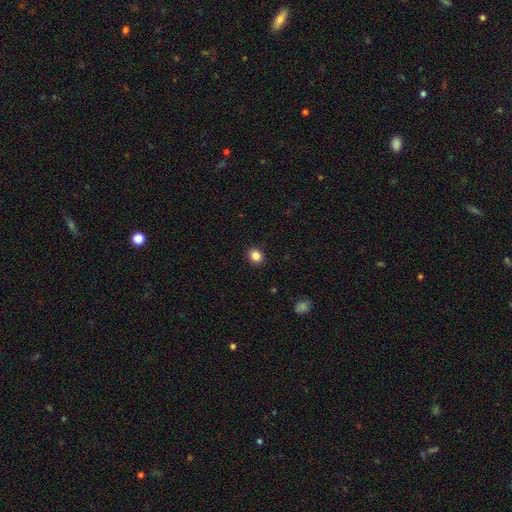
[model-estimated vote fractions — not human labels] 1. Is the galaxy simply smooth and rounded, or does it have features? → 85% smooth, 11% star or artifact, 4% featured or disk.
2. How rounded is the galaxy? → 78% round, 21% in between, 1% cigar-shaped.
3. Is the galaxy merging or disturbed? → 92% none, 6% minor disturbance, 2% major disturbance, 1% merger.